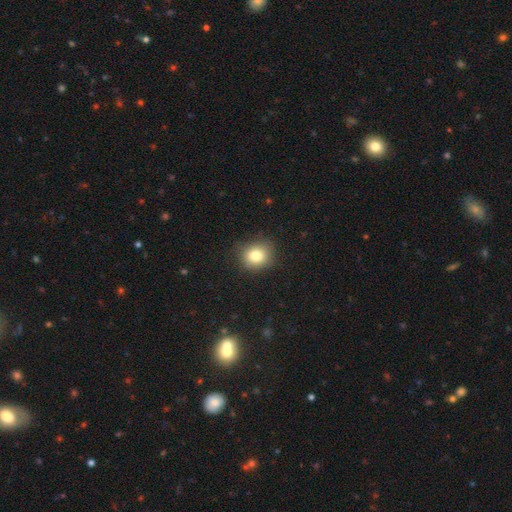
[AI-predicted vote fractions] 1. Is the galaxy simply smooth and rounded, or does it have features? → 81% smooth, 11% star or artifact, 8% featured or disk.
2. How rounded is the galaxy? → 77% round, 22% in between, 1% cigar-shaped.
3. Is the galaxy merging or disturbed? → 84% none, 12% minor disturbance, 3% major disturbance, 1% merger.